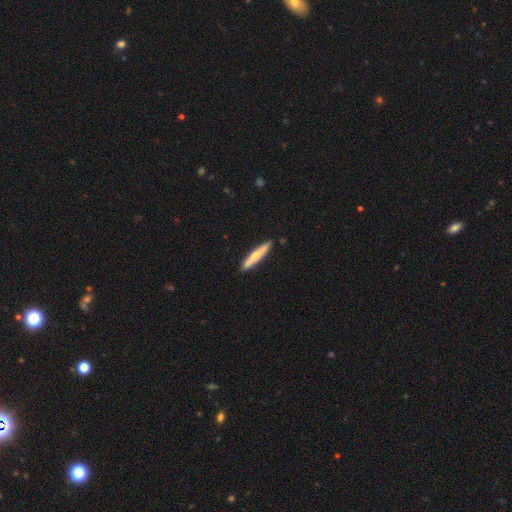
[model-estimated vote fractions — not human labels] smooth_or_featured: smooth (p=0.57) [alt: featured or disk p=0.38]
how_rounded: cigar-shaped (p=0.93) [alt: in between p=0.06]
merging: none (p=0.88) [alt: minor disturbance p=0.09]